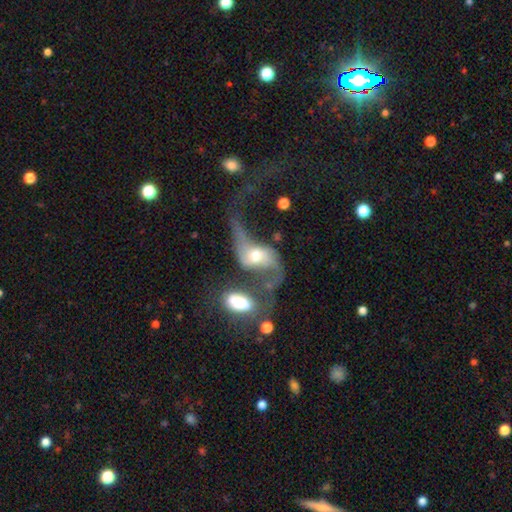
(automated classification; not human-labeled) Smooth or featured? Predicted: featured or disk (p=0.72). Edge-on disk? Predicted: no (p=0.92). Bar? Predicted: no (p=0.57). Spiral arms? Predicted: yes (p=0.81). Spiral winding? Predicted: loose (p=0.88). Spiral arm count? Predicted: 2 (p=0.86). Bulge size? Predicted: moderate (p=0.59). Merging? Predicted: merger (p=0.36).